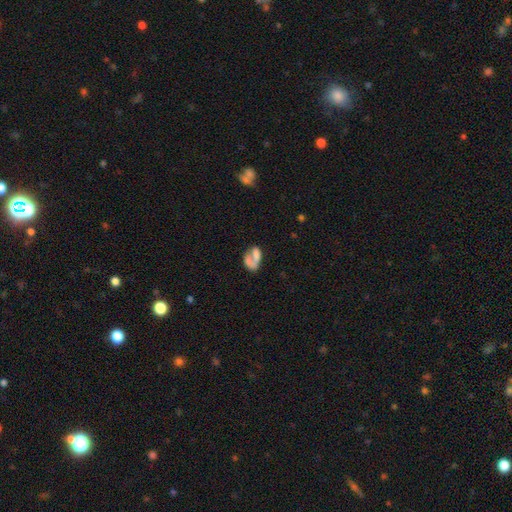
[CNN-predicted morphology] The model was most divided on "merging": merger: 35%, none: 28%, major disturbance: 23%, minor disturbance: 14%. More confident: how rounded — in between (83%); smooth or featured — smooth (57%).